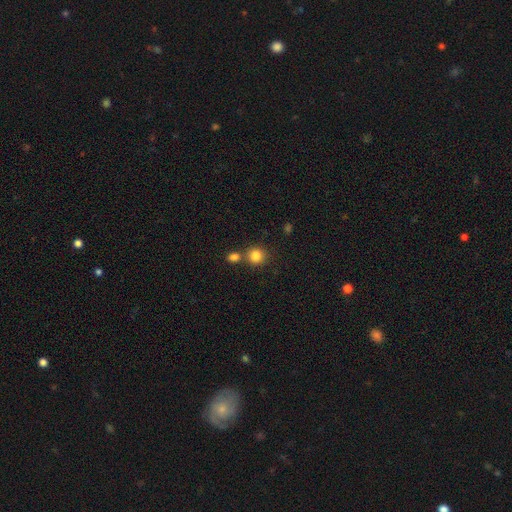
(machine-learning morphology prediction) Overall: smooth (83%). How rounded: round (88%). Merging: none (65%).